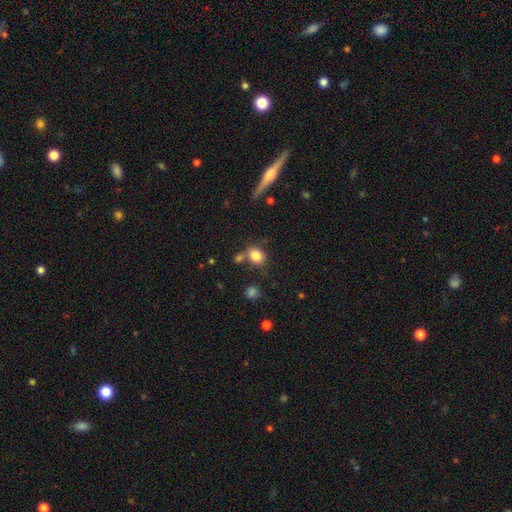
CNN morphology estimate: A smooth galaxy with no disk features (83%) that is round (49%, tied with in between). Merging: none (64%).